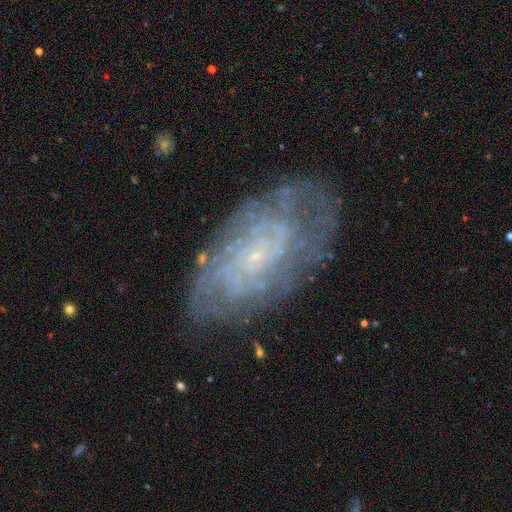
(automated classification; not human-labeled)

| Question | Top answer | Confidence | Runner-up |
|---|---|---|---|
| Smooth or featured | featured or disk | 74% | smooth (18%) |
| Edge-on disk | no | 94% | yes (6%) |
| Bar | no | 77% | weak (19%) |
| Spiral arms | yes | 81% | no (19%) |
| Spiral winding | tight | 67% | medium (25%) |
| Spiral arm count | can't tell | 57% | 2 (12%) |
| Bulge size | small | 85% | moderate (7%) |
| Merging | none | 72% | minor disturbance (19%) |